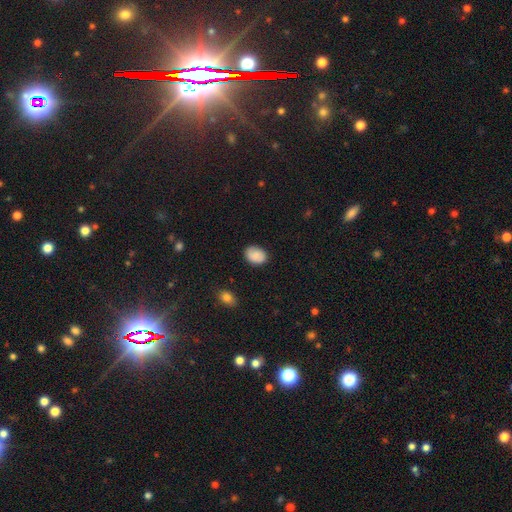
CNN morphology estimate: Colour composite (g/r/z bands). It shows a smooth galaxy with no disk features (83%) that is in between round and cigar-shaped (75%). Merging: none (83%).